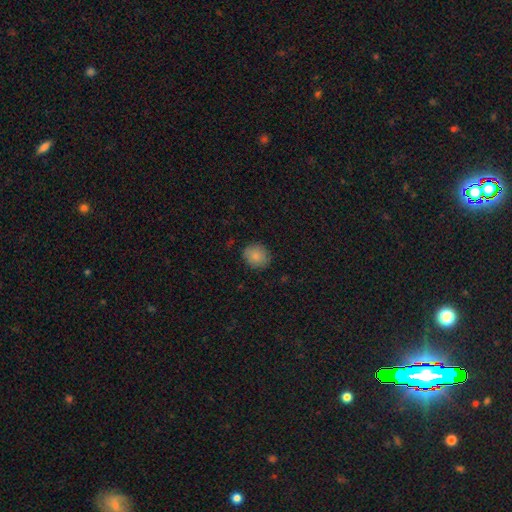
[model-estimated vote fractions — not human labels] The model was most divided on "how rounded": round: 77%, in between: 22%, cigar-shaped: 1%. More confident: merging — none (85%); smooth or featured — smooth (85%).